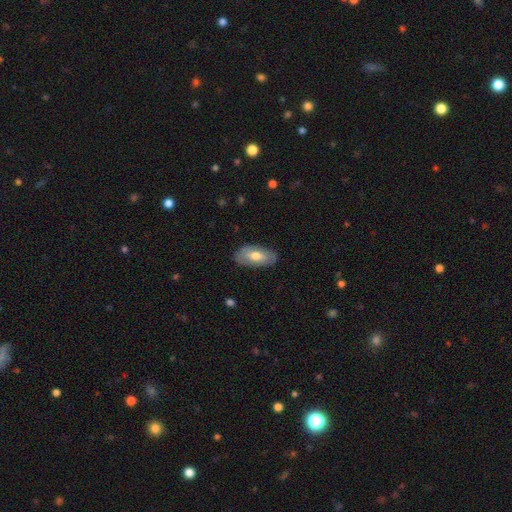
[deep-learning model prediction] Smooth or featured?
  - smooth: 61% *
  - featured or disk: 33%
  - star or artifact: 6%
How rounded?
  - in between: 91% *
  - cigar-shaped: 5%
  - round: 3%
Merging?
  - none: 83% *
  - minor disturbance: 13%
  - major disturbance: 3%
  - merger: 1%